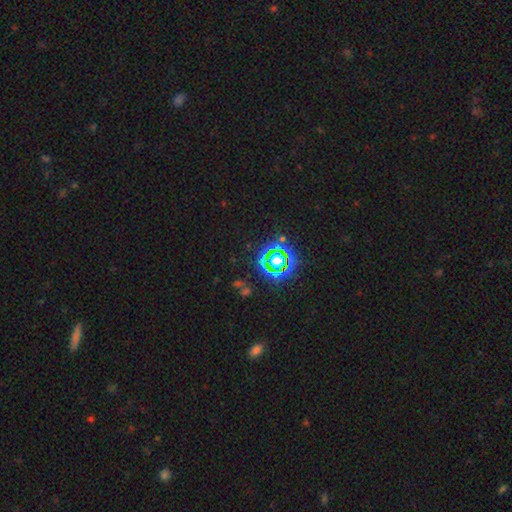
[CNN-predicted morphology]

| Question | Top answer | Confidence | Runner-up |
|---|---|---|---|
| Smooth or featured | star or artifact | 74% | smooth (18%) |